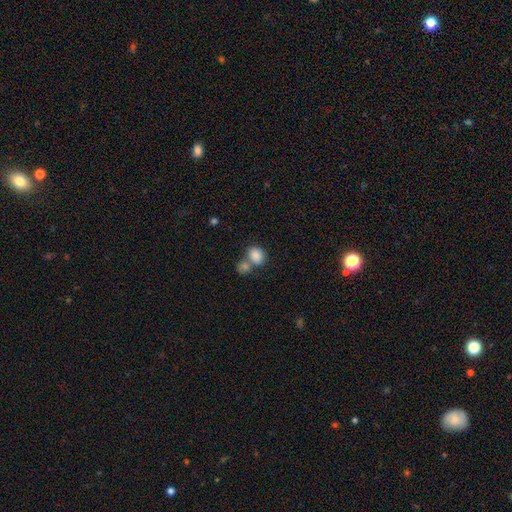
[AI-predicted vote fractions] Smooth or featured?
  - smooth: 85% *
  - star or artifact: 9%
  - featured or disk: 6%
How rounded?
  - in between: 56% *
  - round: 43%
  - cigar-shaped: 1%
Merging?
  - merger: 45% *
  - none: 41%
  - minor disturbance: 10%
  - major disturbance: 4%